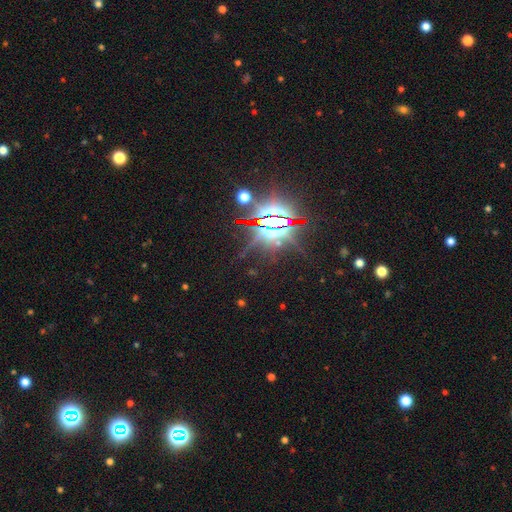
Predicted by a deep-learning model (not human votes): smooth-or-featured: star or artifact: 86% | featured or disk: 7% | smooth: 6%